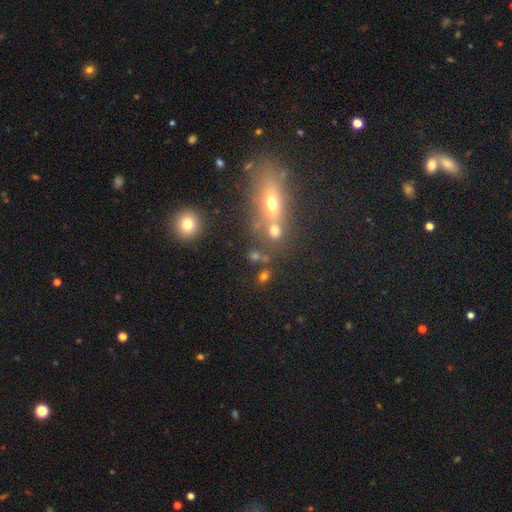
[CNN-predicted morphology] Smooth or featured? Predicted: smooth (p=0.61). How rounded? Predicted: round (p=0.51). Merging? Predicted: none (p=0.50).